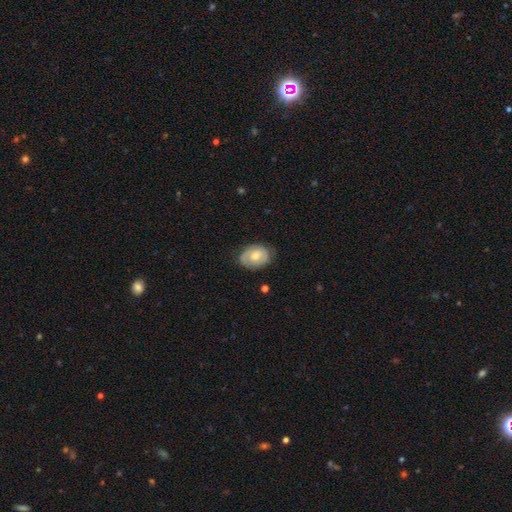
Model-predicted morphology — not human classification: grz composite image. It shows a smooth galaxy with no disk features (54%) that is in between round and cigar-shaped (72%). Merging: none (72%).